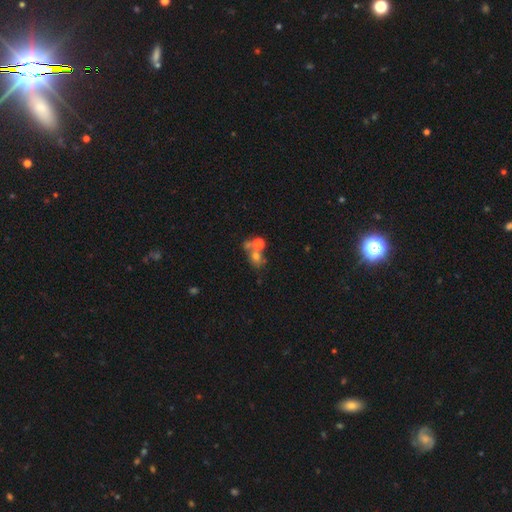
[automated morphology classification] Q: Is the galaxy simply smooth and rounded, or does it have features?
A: smooth — 58%.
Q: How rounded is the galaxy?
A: round — 63%.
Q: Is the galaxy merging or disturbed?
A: merger — 46%.